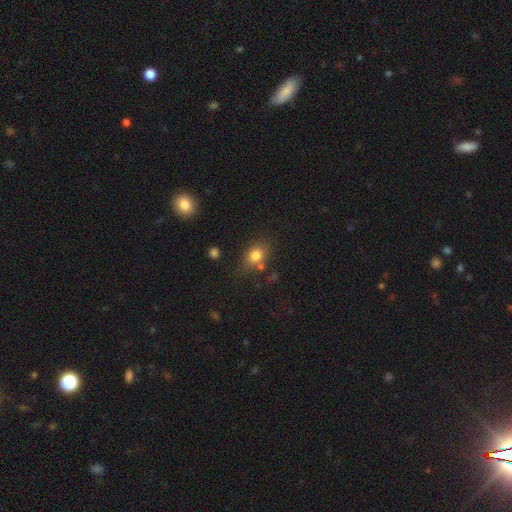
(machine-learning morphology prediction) Smooth or featured? smooth (80%)
How rounded? in between (55%)
Merging? none (65%)